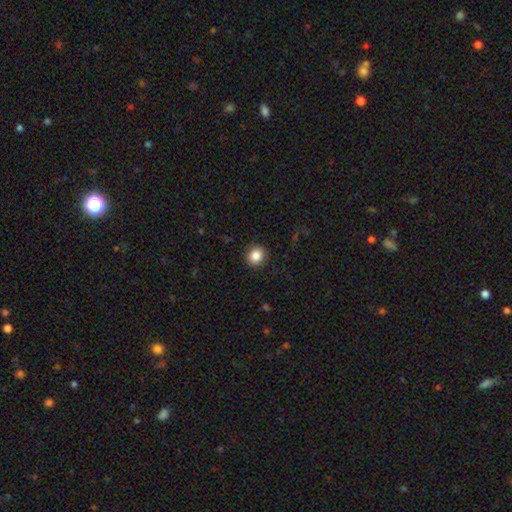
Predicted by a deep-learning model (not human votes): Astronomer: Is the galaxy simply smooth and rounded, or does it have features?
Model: smooth — 85%.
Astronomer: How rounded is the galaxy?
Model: round — 81%.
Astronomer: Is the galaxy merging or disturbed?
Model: none — 91%.